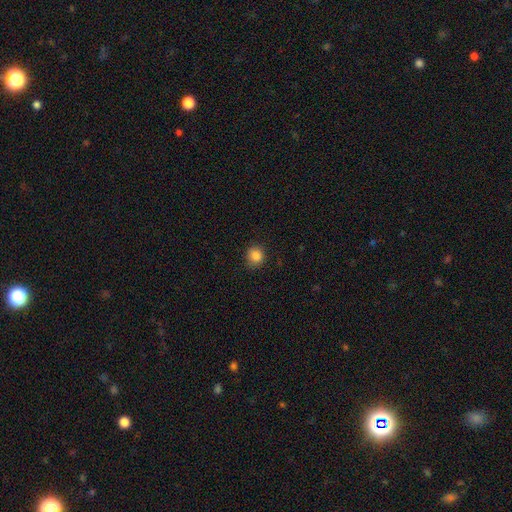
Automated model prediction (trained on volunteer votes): The model was most divided on "smooth or featured": smooth: 85%, star or artifact: 11%, featured or disk: 4%. More confident: how rounded — round (87%); merging — none (87%).